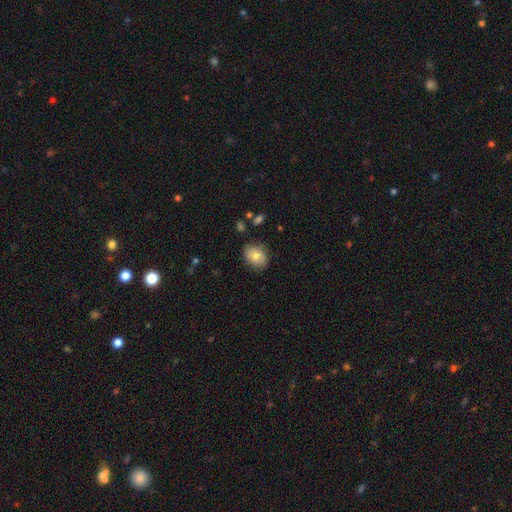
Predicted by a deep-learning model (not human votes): Q: Smooth or featured?
A: smooth (79%); runner-up: featured or disk (13%)
Q: How rounded?
A: in between (69%); runner-up: round (30%)
Q: Merging?
A: none (79%); runner-up: minor disturbance (16%)